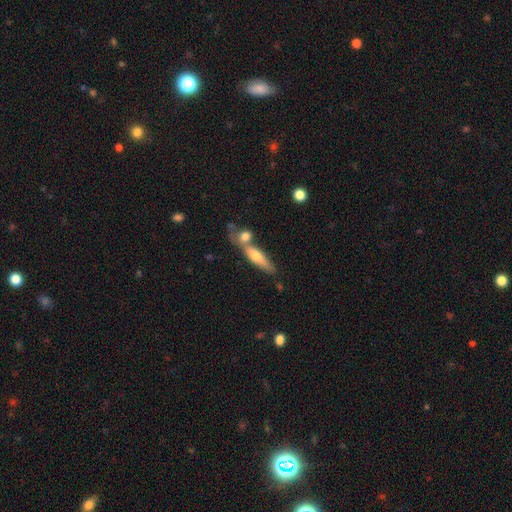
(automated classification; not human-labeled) A smooth galaxy with no disk features (53%) that is cigar-shaped (70%). Merging: none (45%).